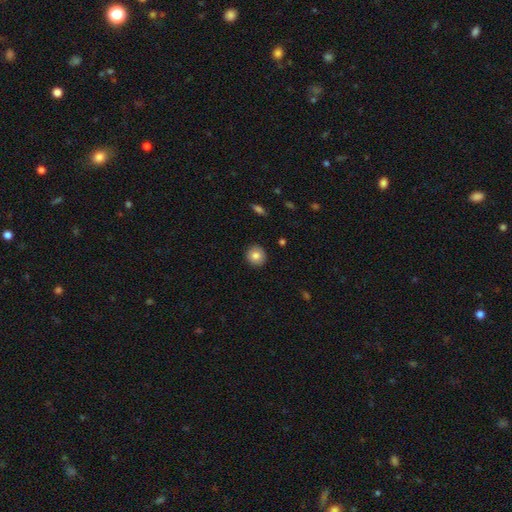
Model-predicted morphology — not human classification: A smooth galaxy with no disk features (82%) that is round (92%).

Vote fractions:
- Smooth or featured? smooth: 82% / featured or disk: 9% / star or artifact: 9%
- How rounded? round: 92% / in between: 7% / cigar-shaped: 1%
- Merging? none: 91% / minor disturbance: 6% / major disturbance: 2% / merger: 1%